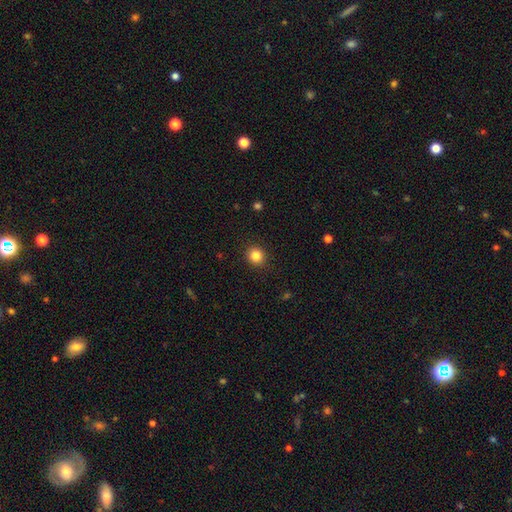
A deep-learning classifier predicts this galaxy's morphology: This appears to be a smooth galaxy with no disk features (84%) that is round (89%). Merging: none (90%).